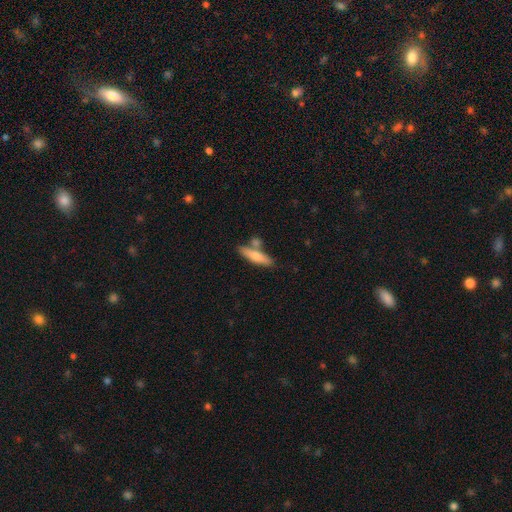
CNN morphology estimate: Smooth or featured? Predicted: smooth (p=0.69). How rounded? Predicted: cigar-shaped (p=0.71). Merging? Predicted: none (p=0.65).